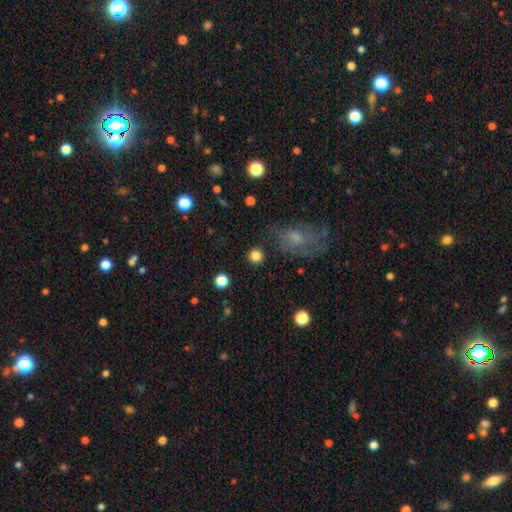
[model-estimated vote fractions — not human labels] This is clearly a smooth galaxy (84%). How rounded: clearly round (92%). Merging: clearly none (88%).